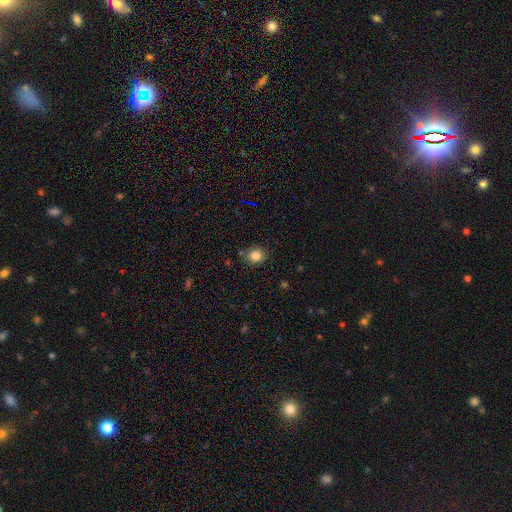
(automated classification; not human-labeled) Overall: smooth (82%). How rounded: round (75%). Merging: none (84%).